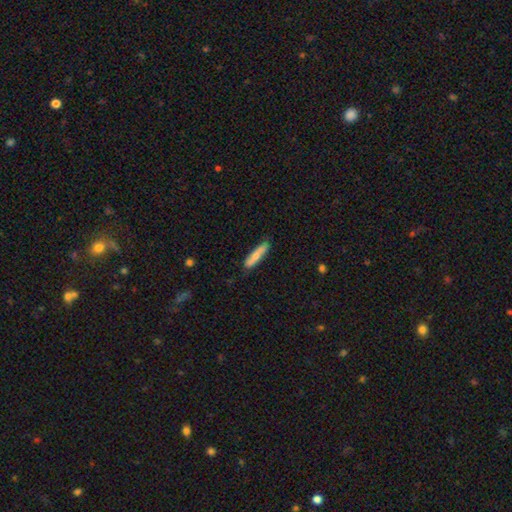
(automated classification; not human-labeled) smooth_or_featured: smooth (p=0.66) [alt: featured or disk p=0.29]
how_rounded: cigar-shaped (p=0.80) [alt: in between p=0.18]
merging: none (p=0.78) [alt: minor disturbance p=0.17]